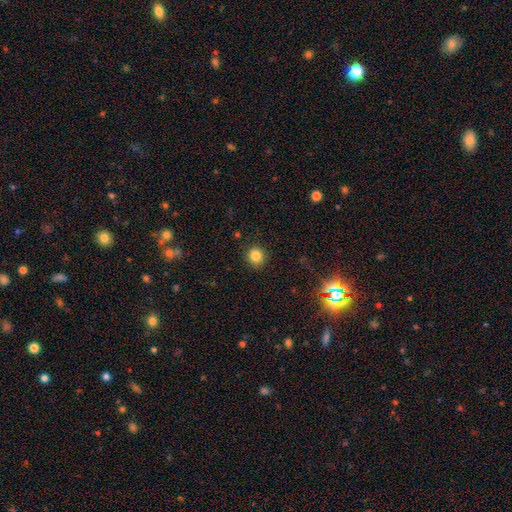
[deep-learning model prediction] Overall: smooth (82%). How rounded: round (84%). Merging: none (90%).